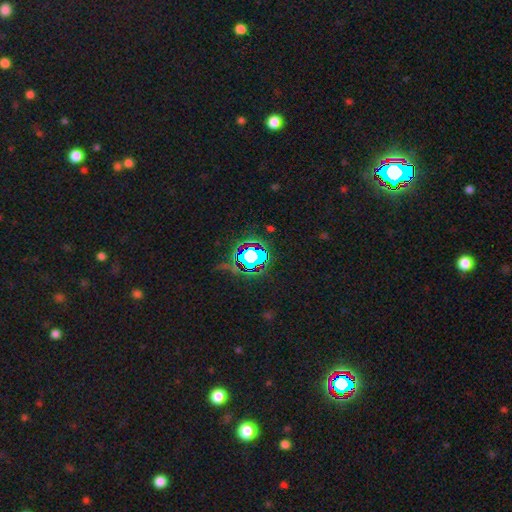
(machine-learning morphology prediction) Smooth or featured? star or artifact (69%)